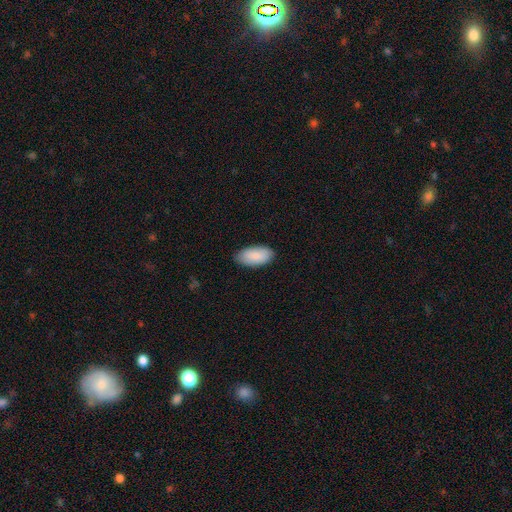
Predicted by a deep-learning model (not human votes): A smooth galaxy with no disk features (90%) that is in between round and cigar-shaped (95%). Merging: none (84%).